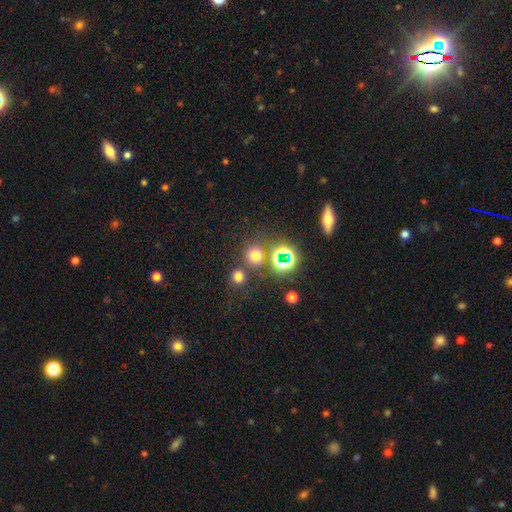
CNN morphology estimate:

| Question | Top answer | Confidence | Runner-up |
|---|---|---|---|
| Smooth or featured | smooth | 64% | star or artifact (29%) |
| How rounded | round | 88% | in between (11%) |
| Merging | none | 74% | merger (14%) |